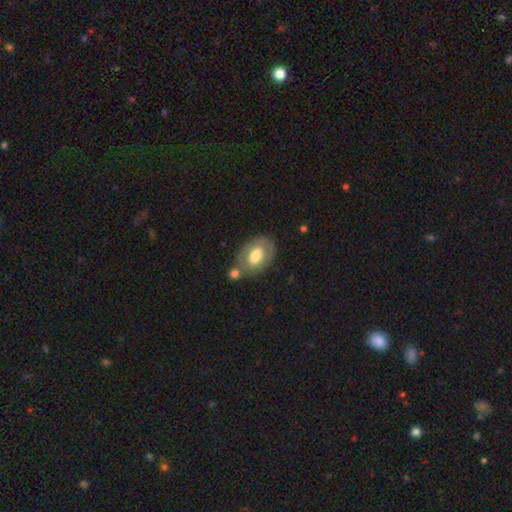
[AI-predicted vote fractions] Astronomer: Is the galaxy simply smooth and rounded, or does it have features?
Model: smooth — 53% (runner-up: featured or disk, 41%).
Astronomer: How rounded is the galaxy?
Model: in between — 83%.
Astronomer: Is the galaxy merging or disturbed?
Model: none — 56%.